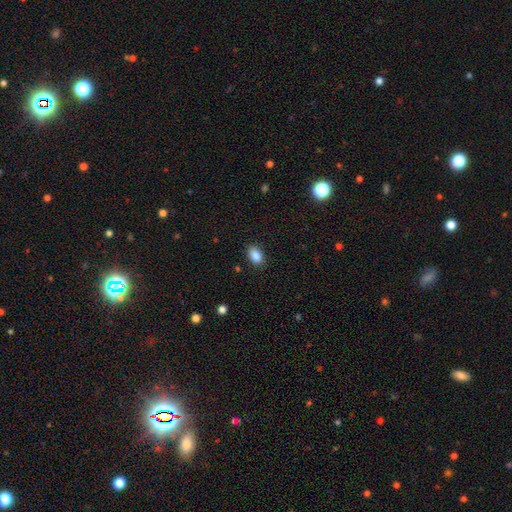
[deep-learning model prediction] smooth 87%, star or artifact 9%, featured or disk 4%. Down the decision tree: how rounded — in between (86%); merging — none (86%).